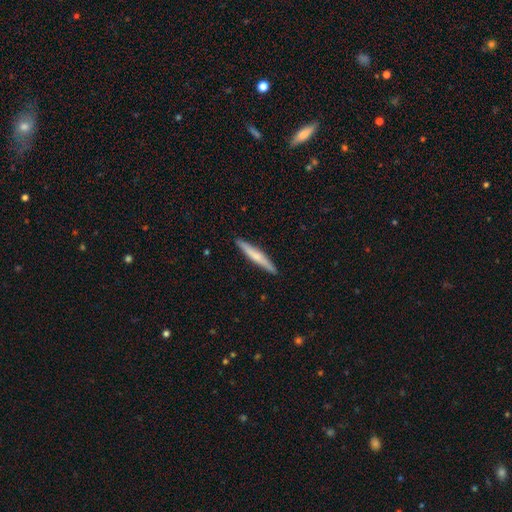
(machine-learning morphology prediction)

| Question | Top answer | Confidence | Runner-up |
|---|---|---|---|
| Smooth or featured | smooth | 55% | featured or disk (39%) |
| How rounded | cigar-shaped | 94% | in between (4%) |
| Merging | none | 91% | minor disturbance (7%) |